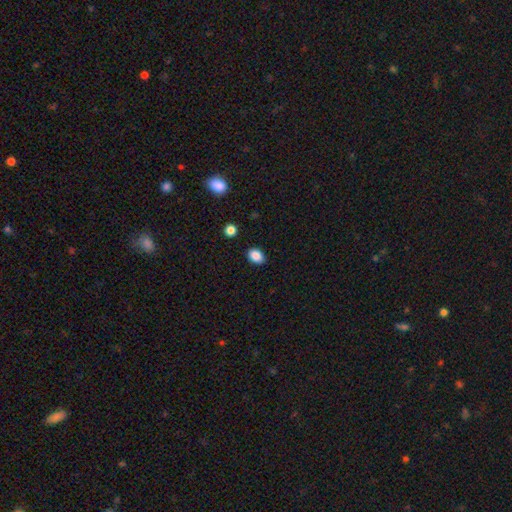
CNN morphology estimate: smooth-or-featured: smooth: 87% | star or artifact: 9% | featured or disk: 4%
  how-rounded: in between: 71% | round: 28% | cigar-shaped: 1%
  merging: none: 88% | minor disturbance: 8% | major disturbance: 2% | merger: 2%